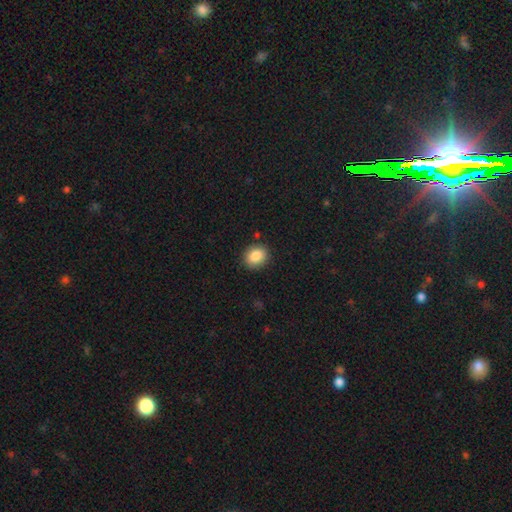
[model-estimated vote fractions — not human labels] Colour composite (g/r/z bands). It shows a smooth galaxy with no disk features (86%) that is round (58%). Merging: none (87%).